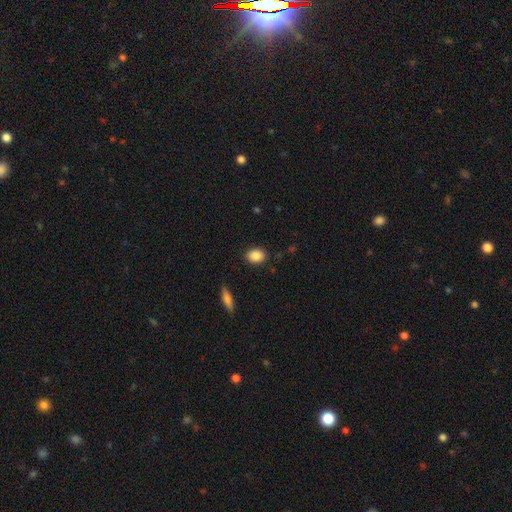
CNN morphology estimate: This appears to be a smooth galaxy with no disk features (87%) that is in between round and cigar-shaped (64%). Merging: none (88%).